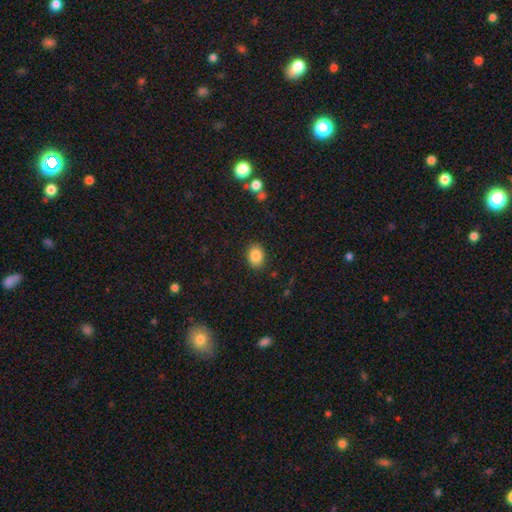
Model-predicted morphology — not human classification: The model was most divided on "how rounded": in between: 67%, round: 32%, cigar-shaped: 1%. More confident: merging — none (88%); smooth or featured — smooth (85%).